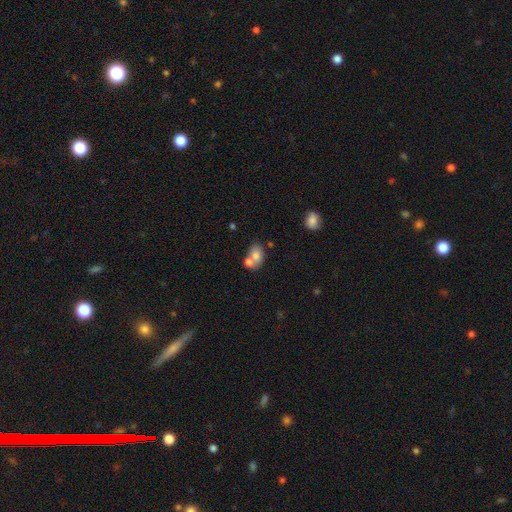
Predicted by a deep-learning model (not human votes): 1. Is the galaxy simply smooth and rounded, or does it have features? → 74% smooth, 17% featured or disk, 10% star or artifact.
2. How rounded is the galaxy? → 68% in between, 31% round, 1% cigar-shaped.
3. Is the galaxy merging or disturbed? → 51% merger, 35% none, 10% minor disturbance, 4% major disturbance.